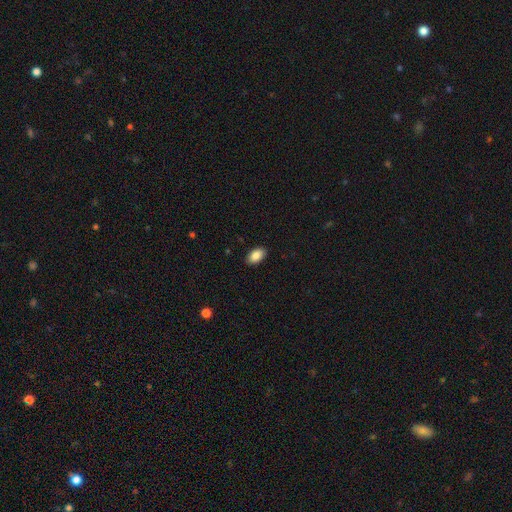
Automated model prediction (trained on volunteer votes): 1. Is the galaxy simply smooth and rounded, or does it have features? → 88% smooth, 7% star or artifact, 5% featured or disk.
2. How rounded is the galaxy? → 94% in between, 5% round, 2% cigar-shaped.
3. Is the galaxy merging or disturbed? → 90% none, 8% minor disturbance, 2% major disturbance, 1% merger.